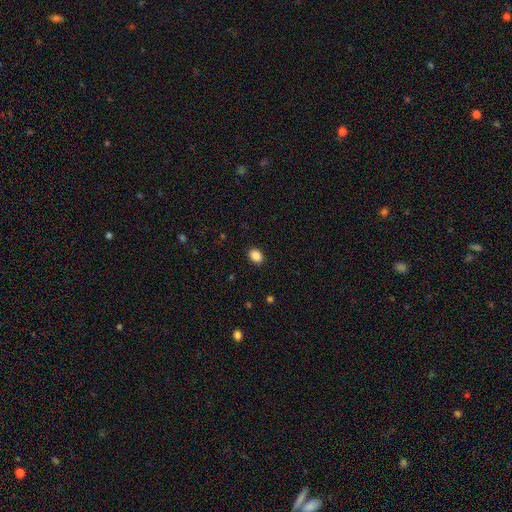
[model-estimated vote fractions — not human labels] The model was most divided on "how rounded": in between: 66%, round: 33%, cigar-shaped: 1%. More confident: merging — none (90%); smooth or featured — smooth (88%).